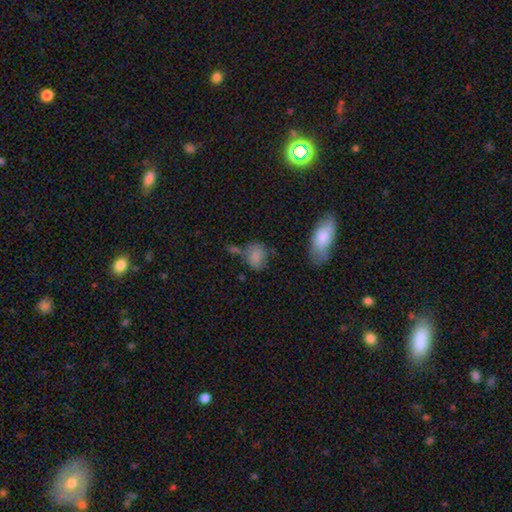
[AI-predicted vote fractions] A smooth galaxy with no disk features (79%) that is in between round and cigar-shaped (53%). Merging: none (46%).